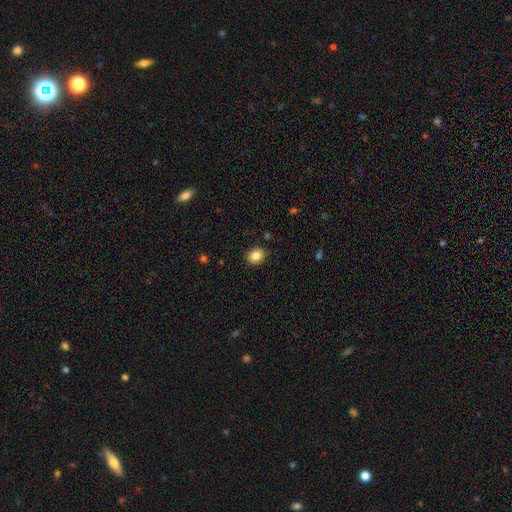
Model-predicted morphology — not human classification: Q: Smooth or featured?
A: smooth (84%); runner-up: star or artifact (10%)
Q: How rounded?
A: round (63%); runner-up: in between (37%)
Q: Merging?
A: none (86%); runner-up: minor disturbance (10%)